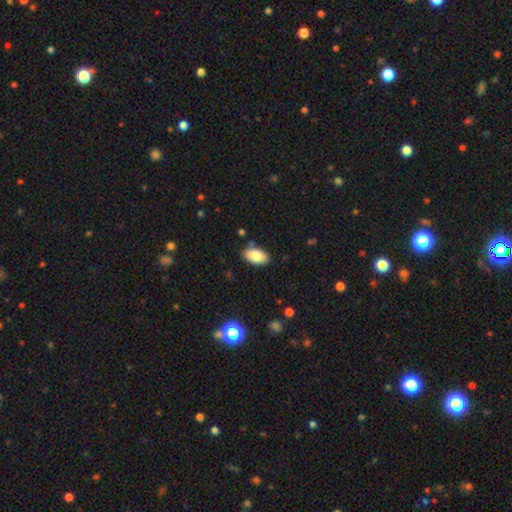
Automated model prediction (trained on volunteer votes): A smooth galaxy with no disk features (86%) that is in between round and cigar-shaped (94%). Merging: none (81%).